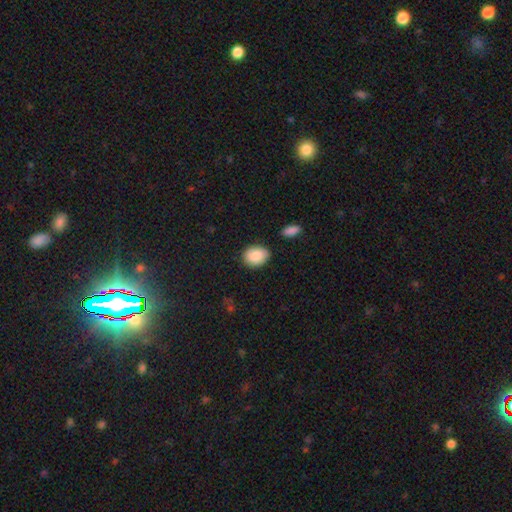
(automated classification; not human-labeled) Smooth or featured? Predicted: smooth (p=0.89). How rounded? Predicted: in between (p=0.63). Merging? Predicted: none (p=0.82).